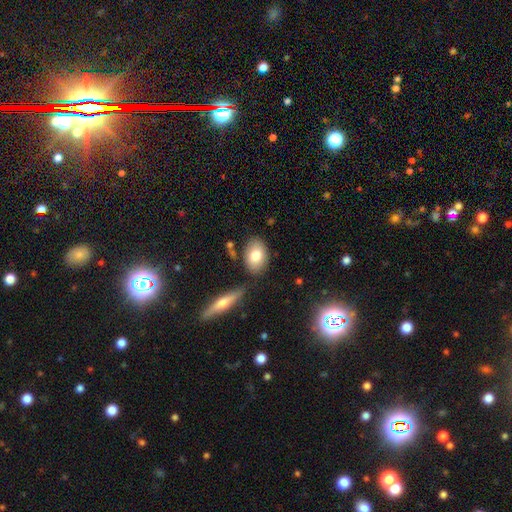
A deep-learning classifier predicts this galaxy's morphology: smooth-or-featured: smooth: 79% | featured or disk: 15% | star or artifact: 6%
  how-rounded: in between: 86% | round: 12% | cigar-shaped: 2%
  merging: none: 77% | minor disturbance: 13% | merger: 7% | major disturbance: 3%